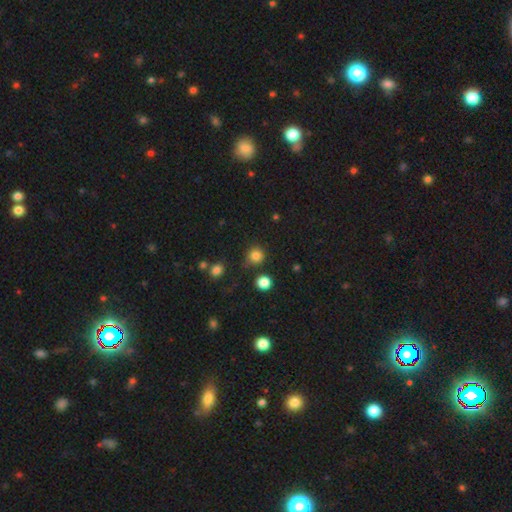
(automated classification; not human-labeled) This is clearly a smooth galaxy (82%). How rounded: clearly round (91%). Merging: likely none (79%).